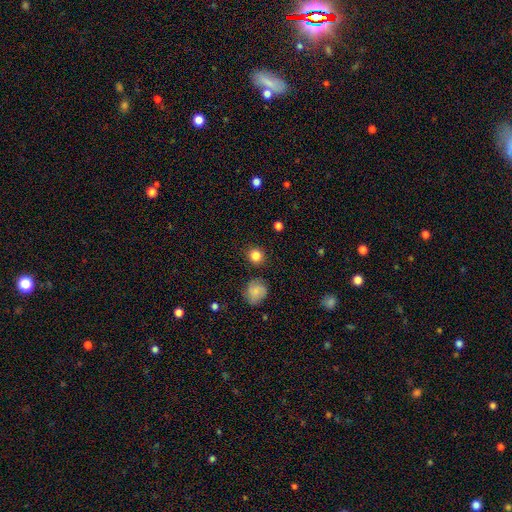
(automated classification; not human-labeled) Q: Smooth or featured?
A: smooth (84%); runner-up: star or artifact (11%)
Q: How rounded?
A: round (88%); runner-up: in between (11%)
Q: Merging?
A: none (87%); runner-up: minor disturbance (8%)